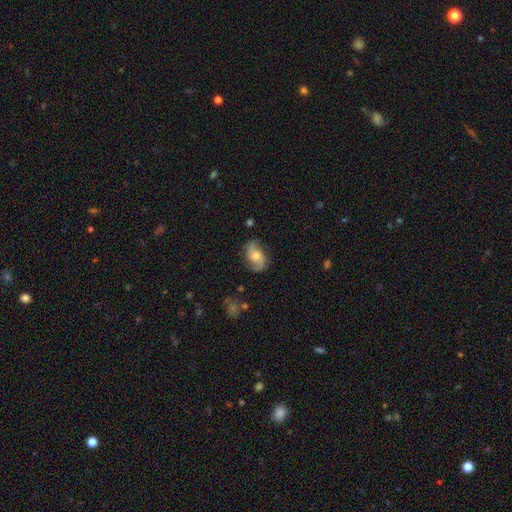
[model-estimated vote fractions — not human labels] Morphology: type=featured or disk (73%); edge-on=no (97%); bar=no (63%); spiral arms=yes (94%); winding=medium (42%); arm count=2 (90%); bulge=moderate (59%); merging=none (76%).